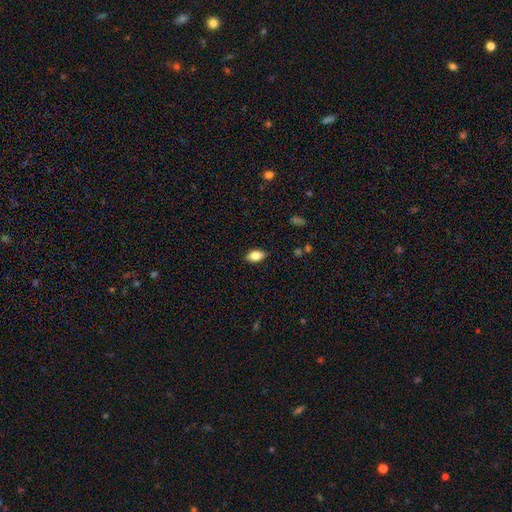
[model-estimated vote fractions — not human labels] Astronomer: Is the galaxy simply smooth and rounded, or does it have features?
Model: smooth — 81%.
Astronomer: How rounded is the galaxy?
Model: in between — 89%.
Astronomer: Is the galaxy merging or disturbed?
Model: none — 86%.